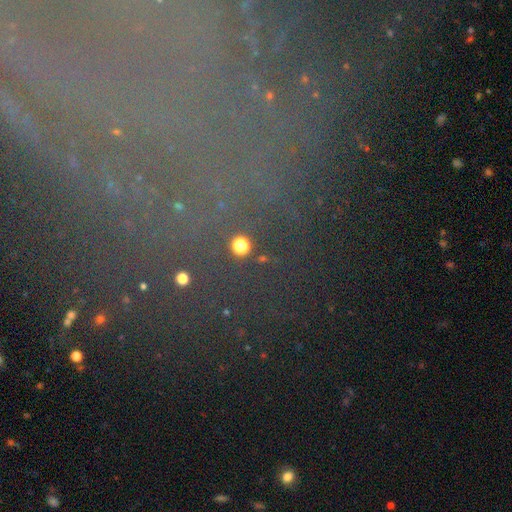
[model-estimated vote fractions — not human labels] smooth-or-featured: star or artifact: 68% | featured or disk: 17% | smooth: 15%